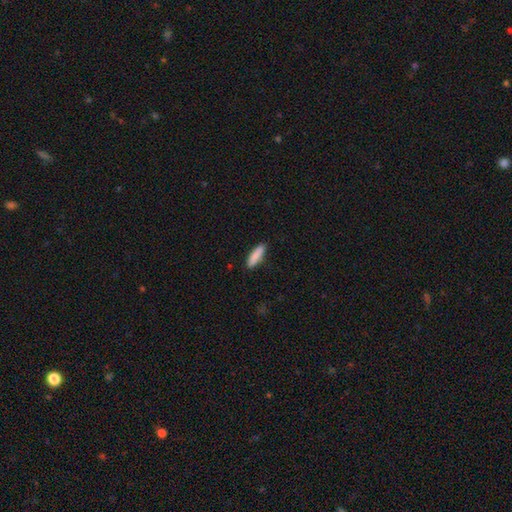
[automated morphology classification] A smooth galaxy with no disk features (88%) that is cigar-shaped (67%). Merging: none (86%).